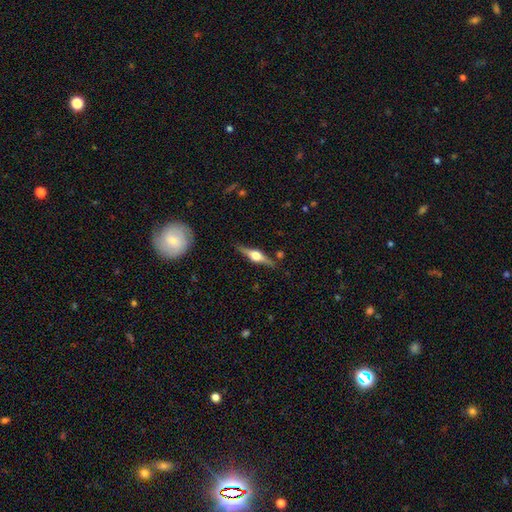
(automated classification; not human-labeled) Overall: featured or disk (77%). Edge-on disk: yes (97%). Edge-on bulge: rounded (94%). Merging: none (86%).